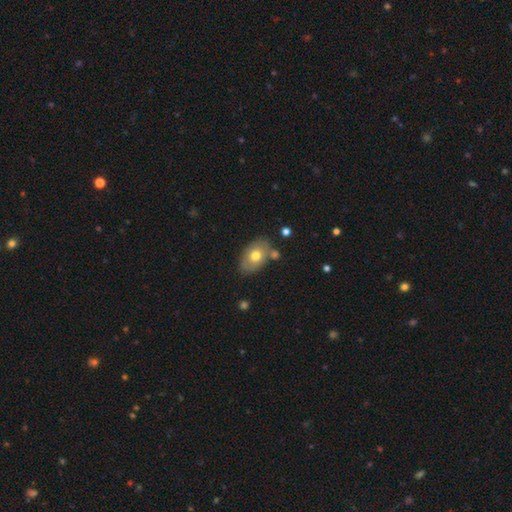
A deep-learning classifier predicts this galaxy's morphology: The model was most divided on "smooth or featured": smooth: 68%, featured or disk: 25%, star or artifact: 7%. More confident: how rounded — in between (83%); merging — none (70%).